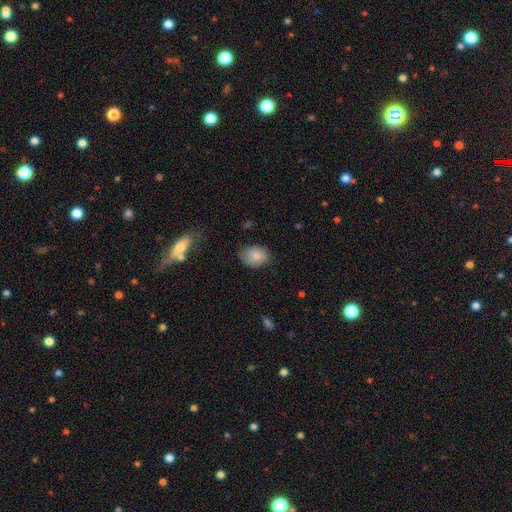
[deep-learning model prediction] smooth 82%, featured or disk 10%, star or artifact 8%. Down the decision tree: how rounded — in between (74%); merging — none (74%).